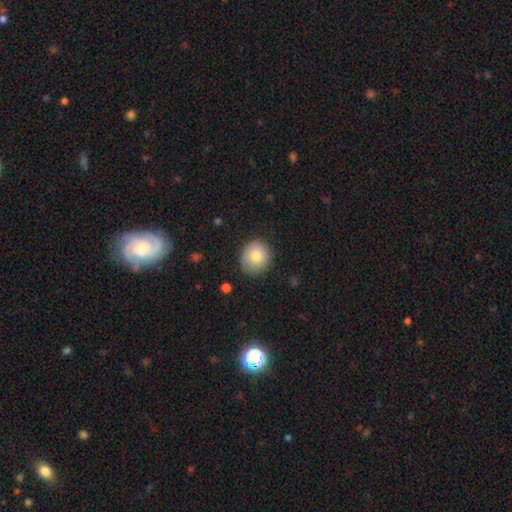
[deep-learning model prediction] smooth-or-featured: smooth: 80% | featured or disk: 12% | star or artifact: 8%
  how-rounded: round: 79% | in between: 20% | cigar-shaped: 1%
  merging: none: 84% | minor disturbance: 12% | major disturbance: 3% | merger: 1%